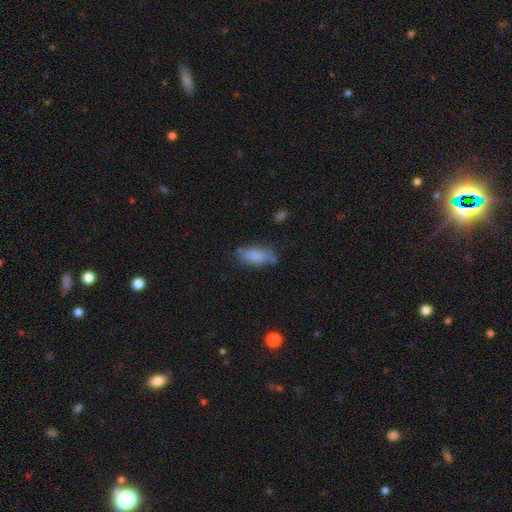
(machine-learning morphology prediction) smooth 74%, featured or disk 17%, star or artifact 9%. Down the decision tree: how rounded — in between (84%); merging — none (50%).